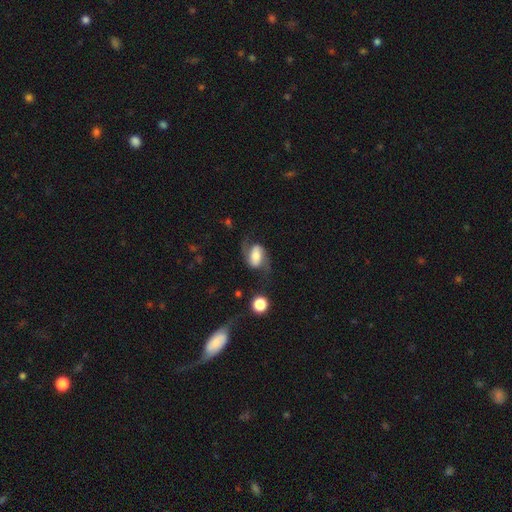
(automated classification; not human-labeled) smooth-or-featured: featured or disk: 66% | smooth: 26% | star or artifact: 8%
  disk-edge-on: no: 96% | yes: 4%
    bar: weak: 36% | strong: 33% | no: 31%
    has-spiral-arms: yes: 92% | no: 8%
      spiral-winding: loose: 59% | medium: 32% | tight: 9%
      spiral-arm-count: 2: 91% | 1: 3% | can't tell: 3% | 3: 1% | 4: 1% | more than 4: 1%
    bulge-size: moderate: 32% | large: 28% | small: 21% | dominant: 11% | none: 8%
  merging: none: 61% | minor disturbance: 20% | major disturbance: 17% | merger: 3%